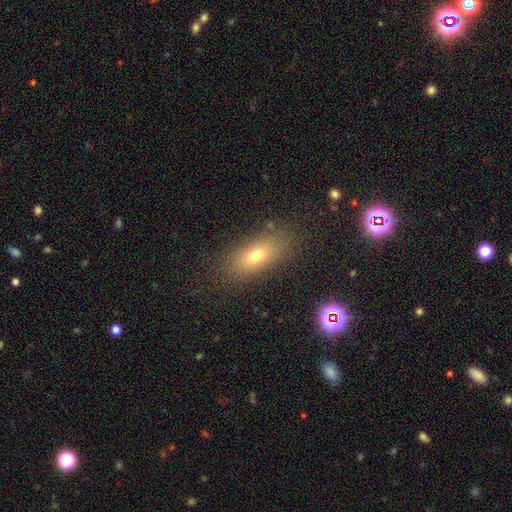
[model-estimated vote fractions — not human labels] smooth_or_featured: smooth (p=0.71) [alt: featured or disk p=0.17]
how_rounded: in between (p=0.78) [alt: cigar-shaped p=0.15]
merging: none (p=0.82) [alt: minor disturbance p=0.11]